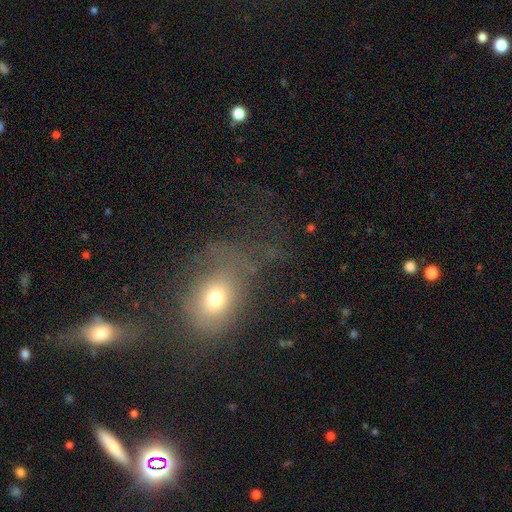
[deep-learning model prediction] Smooth or featured? Predicted: smooth (p=0.54). How rounded? Predicted: in between (p=0.61). Merging? Predicted: none (p=0.49).